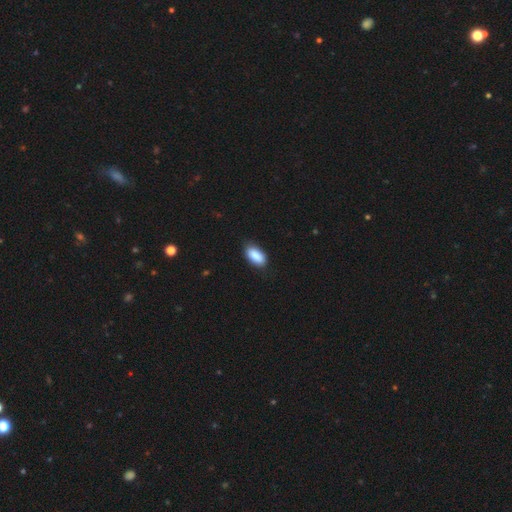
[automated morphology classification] smooth_or_featured: smooth (p=0.89) [alt: star or artifact p=0.06]
how_rounded: in between (p=0.92) [alt: cigar-shaped p=0.05]
merging: none (p=0.84) [alt: minor disturbance p=0.13]